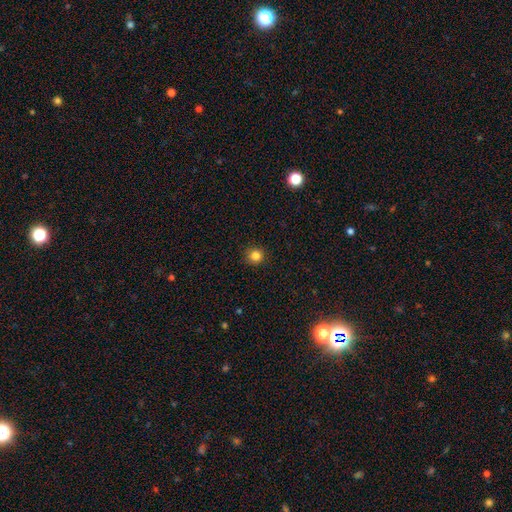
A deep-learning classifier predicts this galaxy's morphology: type=smooth (83%); roundness=round (94%); merging=none (91%).